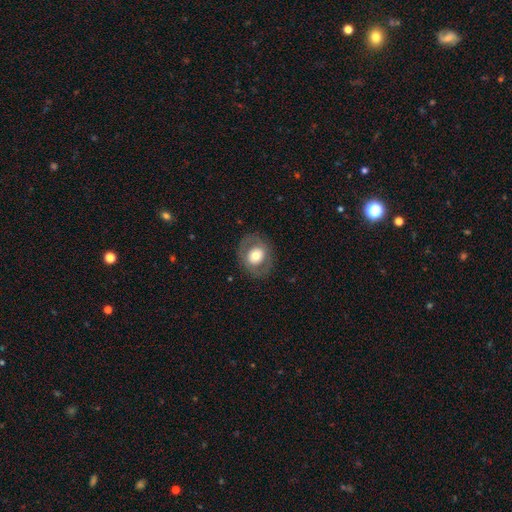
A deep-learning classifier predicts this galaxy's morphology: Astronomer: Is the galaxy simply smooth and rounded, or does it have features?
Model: smooth — 55% (runner-up: featured or disk, 37%).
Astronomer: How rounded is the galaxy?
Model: round — 65%.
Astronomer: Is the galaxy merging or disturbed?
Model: none — 81%.